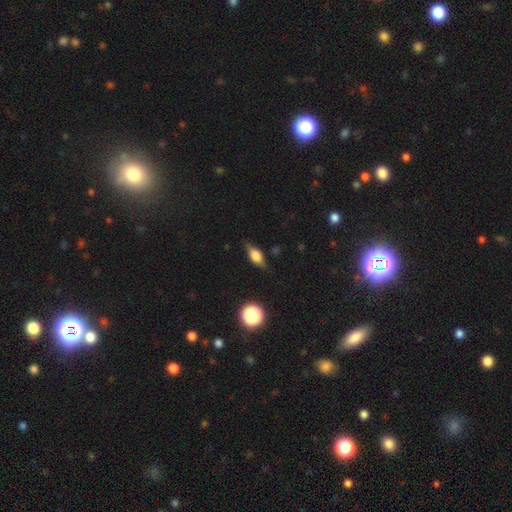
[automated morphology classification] smooth-or-featured: smooth: 50% | featured or disk: 41% | star or artifact: 10%
  merging: none: 76% | minor disturbance: 18% | major disturbance: 5% | merger: 2%